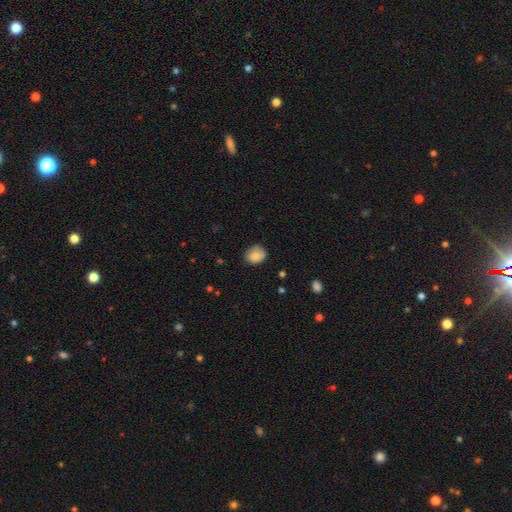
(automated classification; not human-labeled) A smooth galaxy with no disk features (83%) that is round (58%). Merging: none (70%).